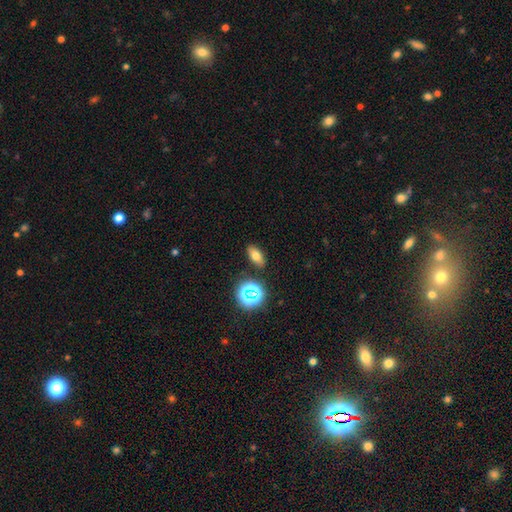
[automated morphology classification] A smooth galaxy with no disk features (69%) that is in between round and cigar-shaped (78%). Merging: none (87%).